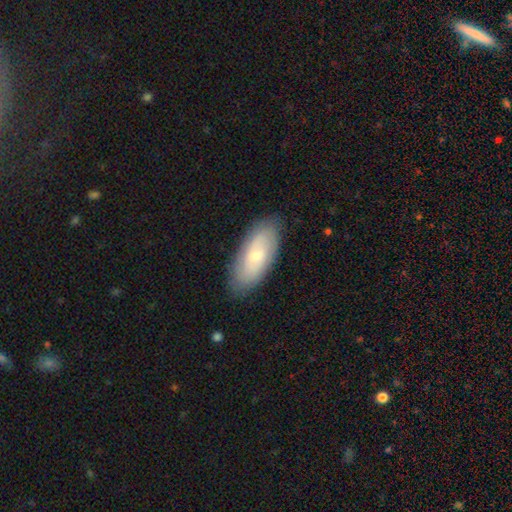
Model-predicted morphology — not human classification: A smooth galaxy with no disk features (63%) that is in between round and cigar-shaped (86%). Merging: none (84%).